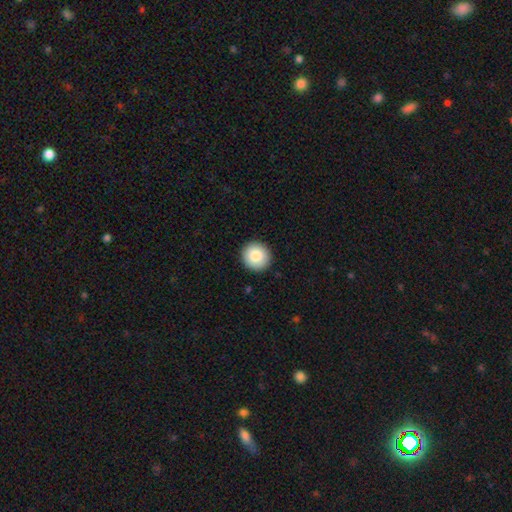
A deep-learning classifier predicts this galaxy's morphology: smooth_or_featured: smooth (p=0.85) [alt: star or artifact p=0.08]
how_rounded: round (p=0.91) [alt: in between p=0.08]
merging: none (p=0.92) [alt: minor disturbance p=0.05]